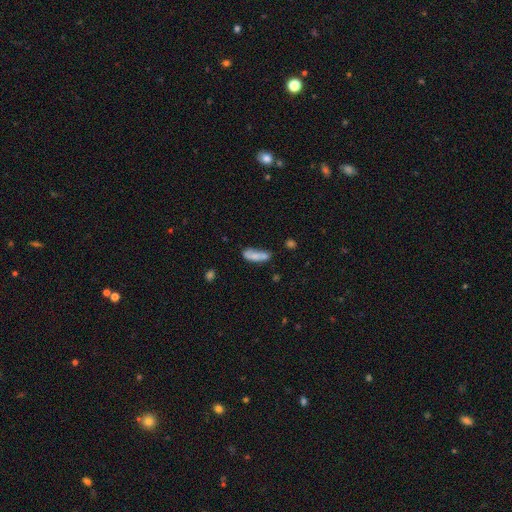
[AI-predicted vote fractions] Smooth or featured? smooth (73%)
How rounded? in between (51%)
Merging? none (47%)